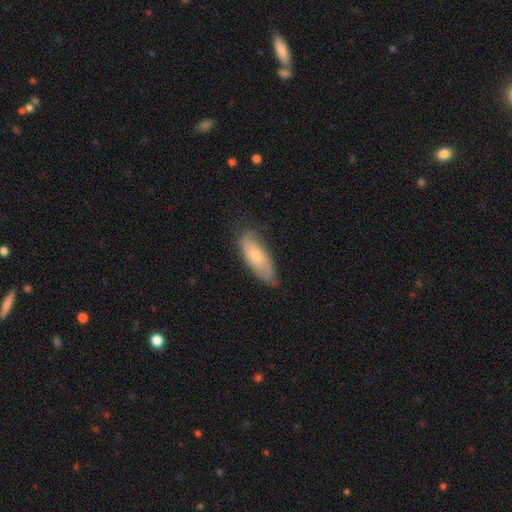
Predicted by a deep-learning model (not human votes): Overall: smooth (63%; featured or disk 30%). How rounded: in between (69%). Merging: none (65%; minor disturbance 28%).